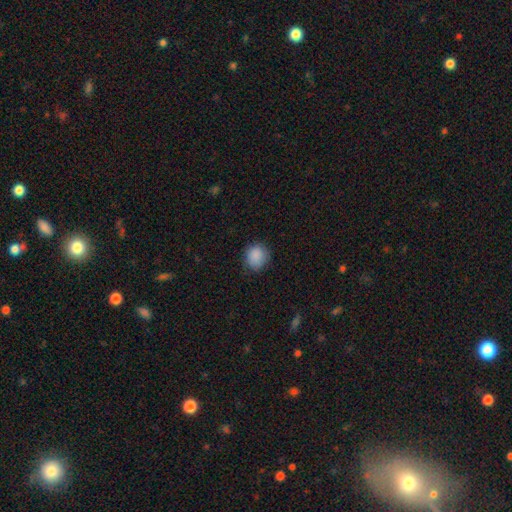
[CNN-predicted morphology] Smooth or featured? Predicted: smooth (p=0.88). How rounded? Predicted: round (p=0.83). Merging? Predicted: none (p=0.82).